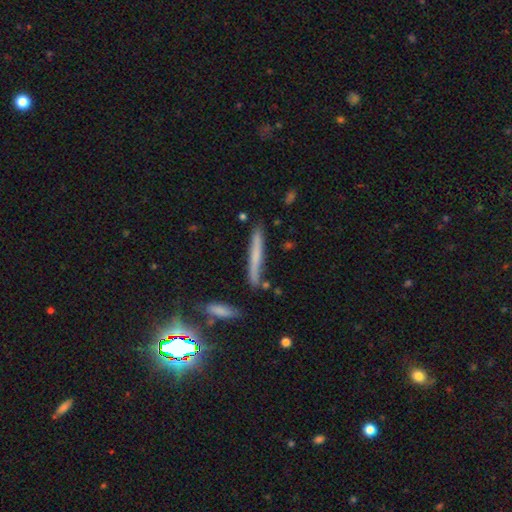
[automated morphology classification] Smooth or featured? smooth (53%)
How rounded? cigar-shaped (94%)
Merging? none (82%)